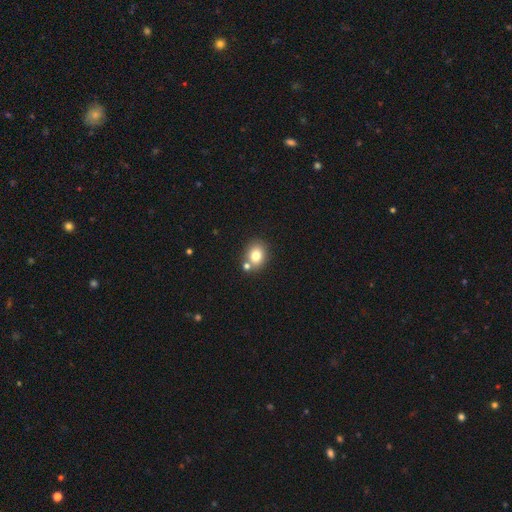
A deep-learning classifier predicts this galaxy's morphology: A smooth galaxy with no disk features (79%) that is round (54%).

Vote fractions:
- Smooth or featured? smooth: 79% / star or artifact: 11% / featured or disk: 10%
- How rounded? round: 54% / in between: 45% / cigar-shaped: 1%
- Merging? none: 68% / merger: 18% / minor disturbance: 11% / major disturbance: 3%